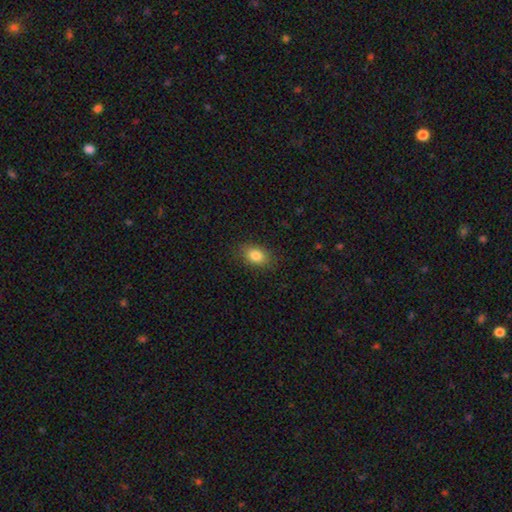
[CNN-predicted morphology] Q: Smooth or featured?
A: smooth (84%); runner-up: star or artifact (9%)
Q: How rounded?
A: in between (82%); runner-up: round (17%)
Q: Merging?
A: none (85%); runner-up: minor disturbance (11%)